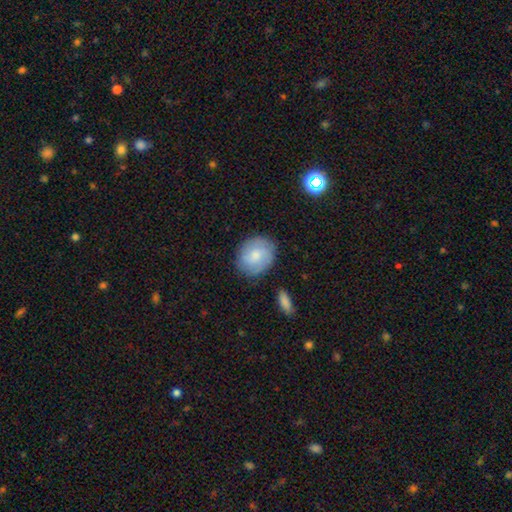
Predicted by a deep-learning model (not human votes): Q: Smooth or featured?
A: smooth (71%); runner-up: featured or disk (22%)
Q: How rounded?
A: round (59%); runner-up: in between (40%)
Q: Merging?
A: none (80%); runner-up: minor disturbance (14%)